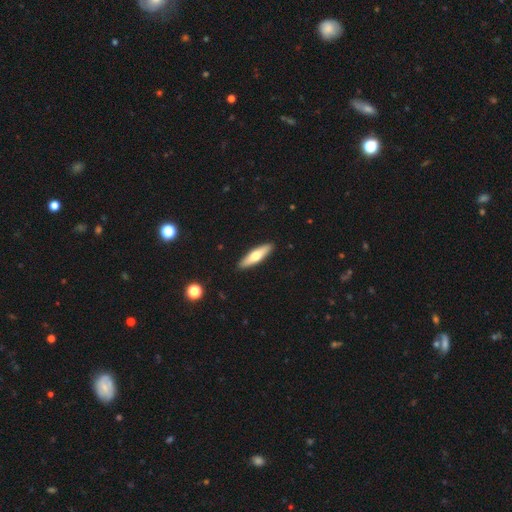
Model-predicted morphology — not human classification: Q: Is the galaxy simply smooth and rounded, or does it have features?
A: smooth — 57%.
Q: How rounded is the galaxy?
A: cigar-shaped — 69%.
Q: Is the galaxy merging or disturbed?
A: none — 91%.